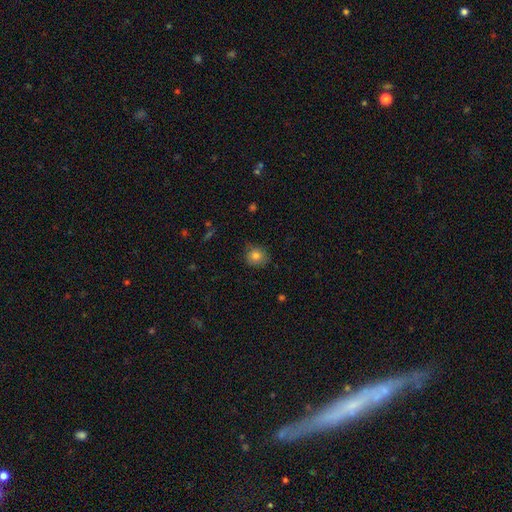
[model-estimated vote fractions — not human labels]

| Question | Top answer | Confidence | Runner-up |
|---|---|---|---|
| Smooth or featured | smooth | 81% | star or artifact (11%) |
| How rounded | round | 84% | in between (15%) |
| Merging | none | 79% | minor disturbance (16%) |